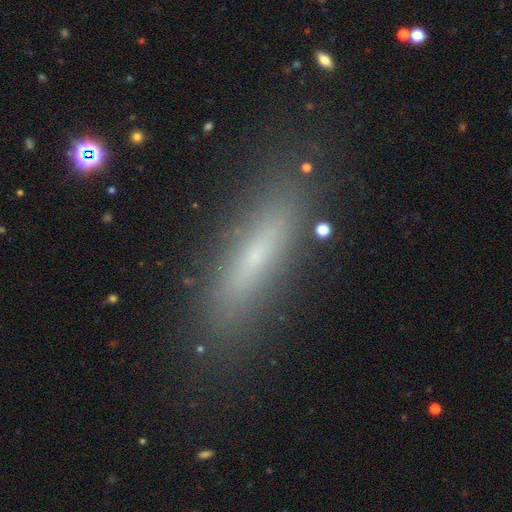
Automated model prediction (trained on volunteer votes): This is possibly a smooth galaxy (56%). How rounded: likely cigar-shaped (77%). Merging: clearly none (84%).